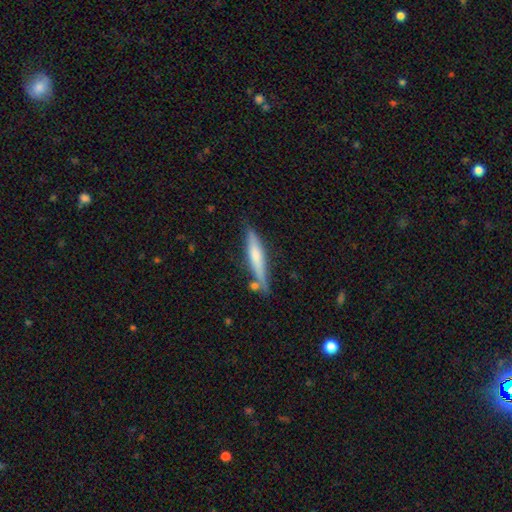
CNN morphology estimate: A smooth galaxy with no disk features (52%) that is cigar-shaped (89%).

Vote fractions:
- Smooth or featured? smooth: 52% / featured or disk: 42% / star or artifact: 6%
- How rounded? cigar-shaped: 89% / in between: 9% / round: 1%
- Merging? none: 73% / minor disturbance: 17% / merger: 7% / major disturbance: 3%